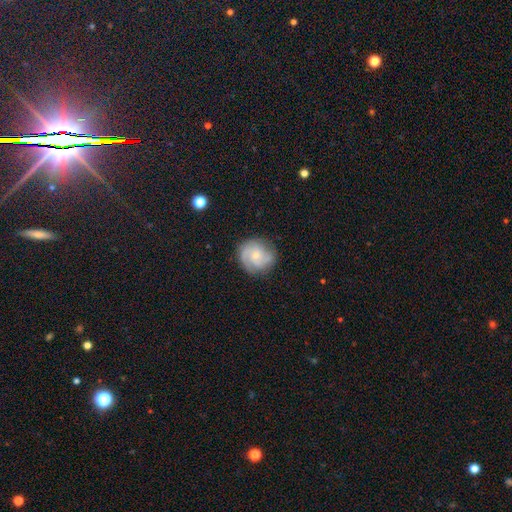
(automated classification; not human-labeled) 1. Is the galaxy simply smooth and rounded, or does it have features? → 72% featured or disk, 22% smooth, 6% star or artifact.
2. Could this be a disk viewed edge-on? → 98% no, 2% yes.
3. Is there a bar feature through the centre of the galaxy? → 72% no, 24% weak, 3% strong.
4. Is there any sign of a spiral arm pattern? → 94% yes, 6% no.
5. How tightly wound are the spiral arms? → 48% tight, 40% medium, 12% loose.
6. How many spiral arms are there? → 39% 2, 30% 3, 18% can't tell, 5% 1, 5% 4, 4% more than 4.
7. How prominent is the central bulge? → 71% small, 24% moderate, 3% none, 1% large, 1% dominant.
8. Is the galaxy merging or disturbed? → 79% none, 15% minor disturbance, 5% major disturbance, 1% merger.